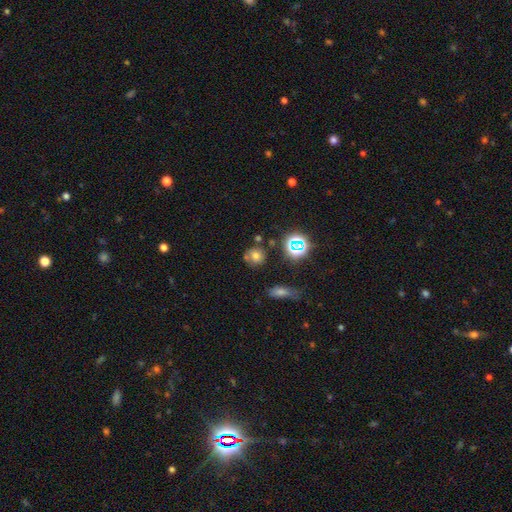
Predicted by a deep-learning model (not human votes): This is likely a smooth galaxy (64%). How rounded: clearly round (84%). Merging: likely none (73%).